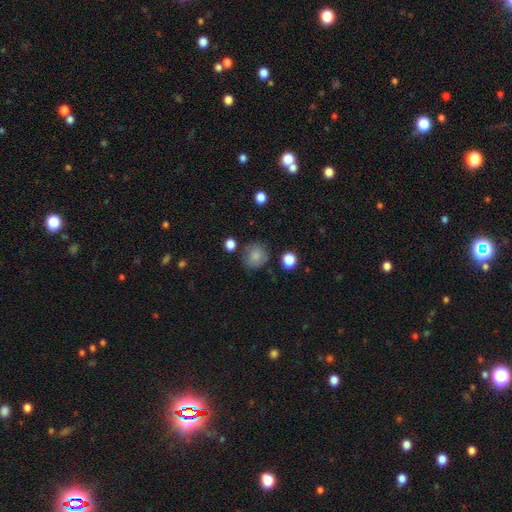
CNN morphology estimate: Overall: smooth (81%). How rounded: round (82%). Merging: none (73%).